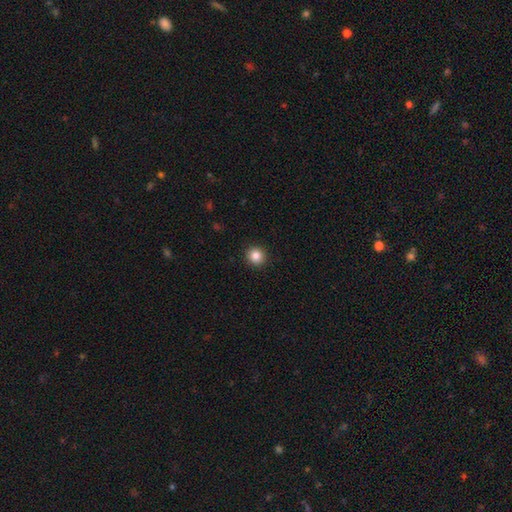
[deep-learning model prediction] Smooth or featured? smooth (85%)
How rounded? round (93%)
Merging? none (93%)